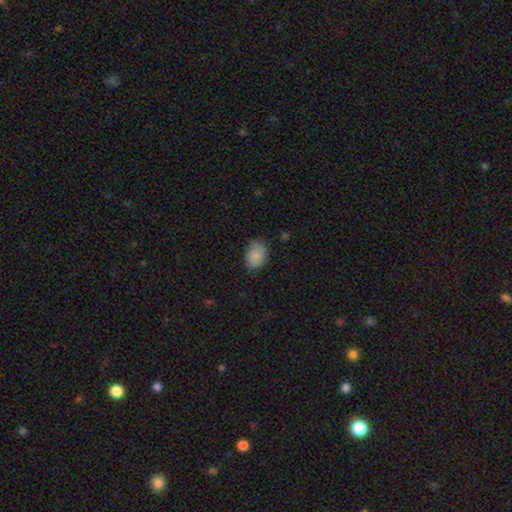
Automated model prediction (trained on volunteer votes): This appears to be a smooth galaxy with no disk features (87%) that is in between round and cigar-shaped (74%). Merging: none (75%).